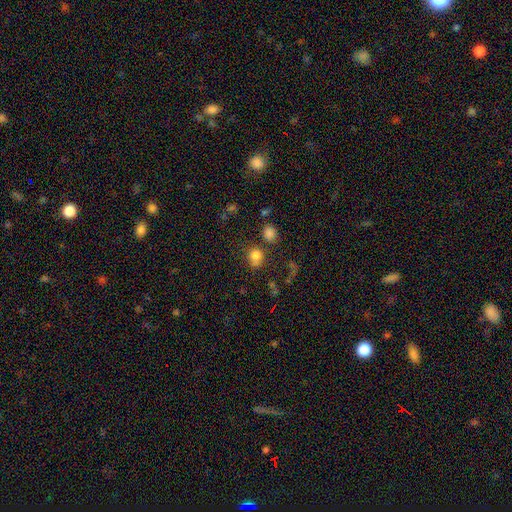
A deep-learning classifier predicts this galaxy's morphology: smooth_or_featured: smooth (p=0.80) [alt: star or artifact p=0.14]
how_rounded: round (p=0.79) [alt: in between p=0.19]
merging: none (p=0.64) [alt: minor disturbance p=0.14]